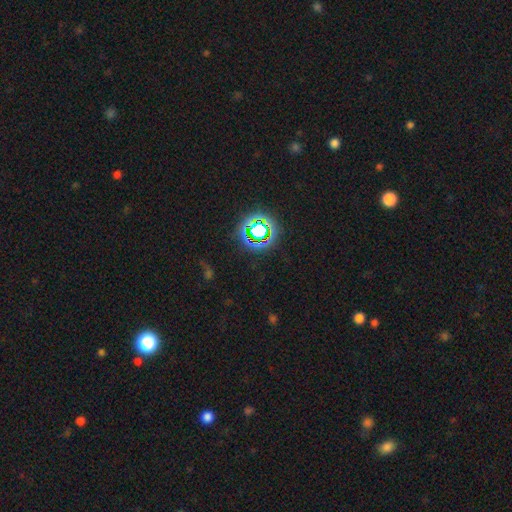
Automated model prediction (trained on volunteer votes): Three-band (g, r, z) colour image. It shows a star or artifact, not a galaxy (76%).